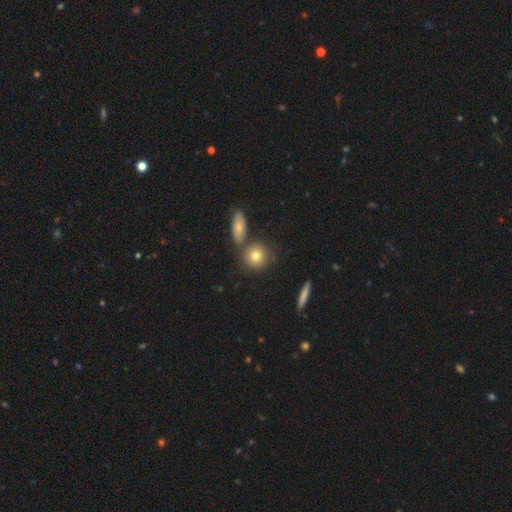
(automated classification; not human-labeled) smooth-or-featured: smooth: 76% | featured or disk: 14% | star or artifact: 10%
  how-rounded: round: 85% | in between: 13% | cigar-shaped: 2%
  merging: none: 71% | merger: 16% | minor disturbance: 10% | major disturbance: 3%